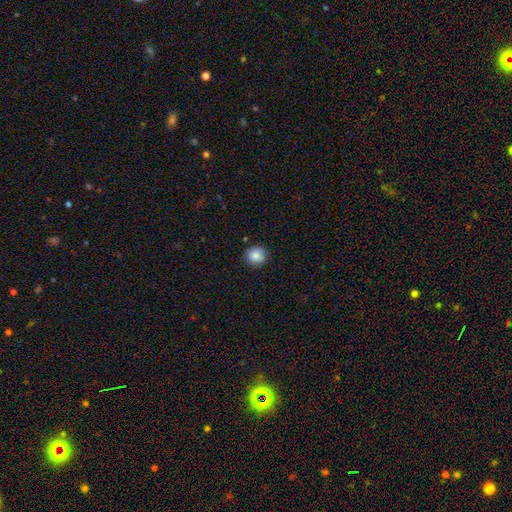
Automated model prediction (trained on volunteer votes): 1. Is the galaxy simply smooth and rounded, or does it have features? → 84% smooth, 9% star or artifact, 7% featured or disk.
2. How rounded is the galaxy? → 92% round, 7% in between, 1% cigar-shaped.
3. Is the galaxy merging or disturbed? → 88% none, 9% minor disturbance, 2% major disturbance, 1% merger.